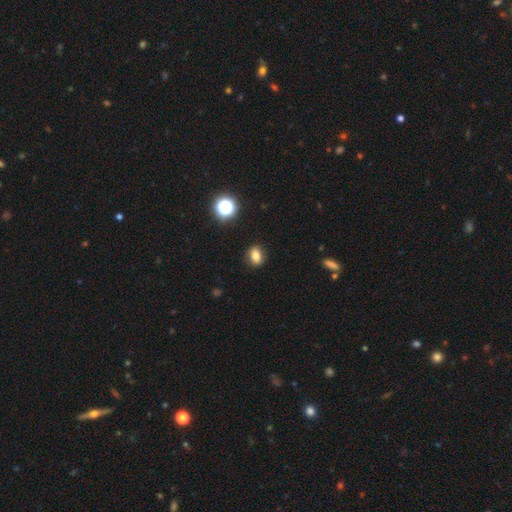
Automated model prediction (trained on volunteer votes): A smooth galaxy with no disk features (80%) that is in between round and cigar-shaped (67%).

Vote fractions:
- Smooth or featured? smooth: 80% / star or artifact: 13% / featured or disk: 7%
- How rounded? in between: 67% / round: 31% / cigar-shaped: 2%
- Merging? none: 88% / minor disturbance: 8% / major disturbance: 2% / merger: 1%